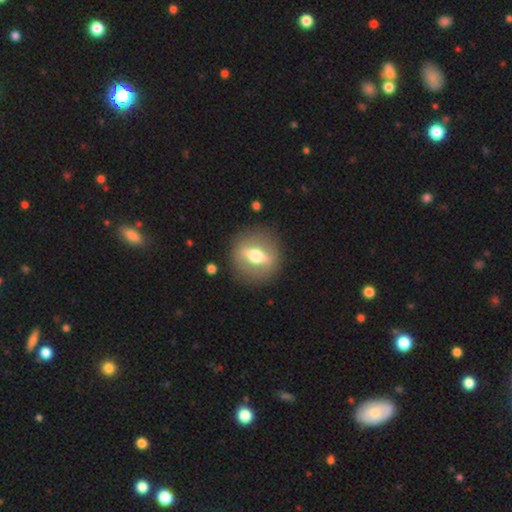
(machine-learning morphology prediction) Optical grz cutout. It shows a featured or disk galaxy (64%). Merging: none (87%).